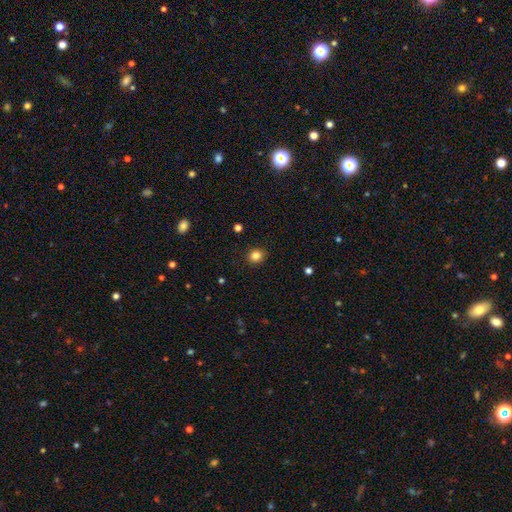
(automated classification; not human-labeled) Overall: smooth (84%). How rounded: round (83%). Merging: none (91%).